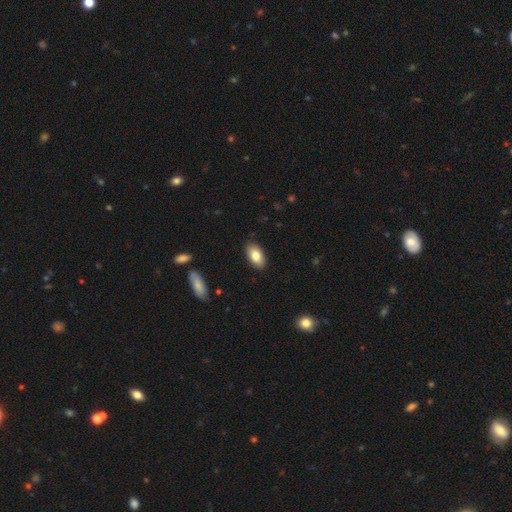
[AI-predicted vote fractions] Smooth or featured? smooth (84%)
How rounded? in between (94%)
Merging? none (88%)